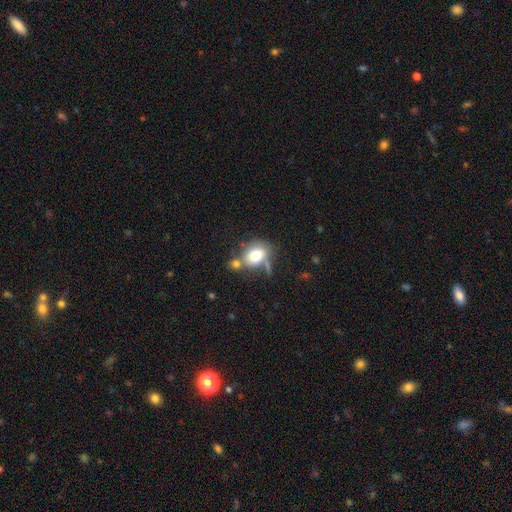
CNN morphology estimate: Q: Smooth or featured?
A: smooth (75%); runner-up: featured or disk (16%)
Q: How rounded?
A: in between (63%); runner-up: round (36%)
Q: Merging?
A: none (43%); runner-up: merger (27%)